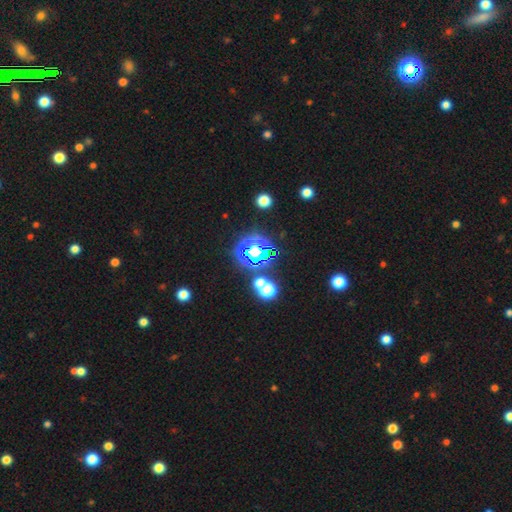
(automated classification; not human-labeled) A star or artifact, not a galaxy (70%).

Vote fractions:
- Smooth or featured? star or artifact: 70% / smooth: 20% / featured or disk: 10%